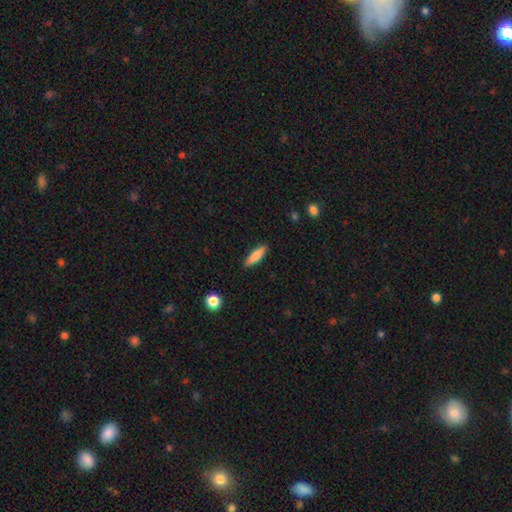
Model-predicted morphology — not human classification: smooth_or_featured: smooth (p=0.75) [alt: featured or disk p=0.19]
how_rounded: cigar-shaped (p=0.69) [alt: in between p=0.30]
merging: none (p=0.89) [alt: minor disturbance p=0.08]